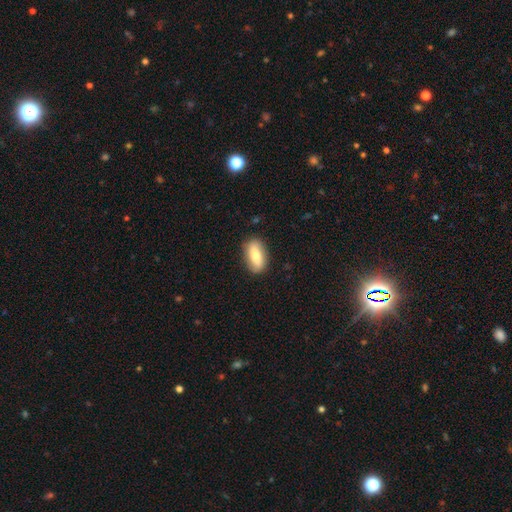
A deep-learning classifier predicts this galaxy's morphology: This appears to be a smooth galaxy with no disk features (67%) that is in between round and cigar-shaped (82%). Merging: none (85%).